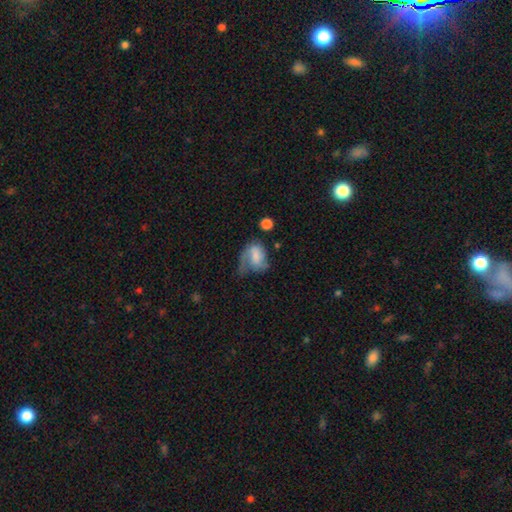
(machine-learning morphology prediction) Smooth or featured?
  - smooth: 55% *
  - featured or disk: 36%
  - star or artifact: 9%
How rounded?
  - in between: 71% *
  - round: 27%
  - cigar-shaped: 2%
Merging?
  - major disturbance: 43% *
  - minor disturbance: 27%
  - none: 24%
  - merger: 6%